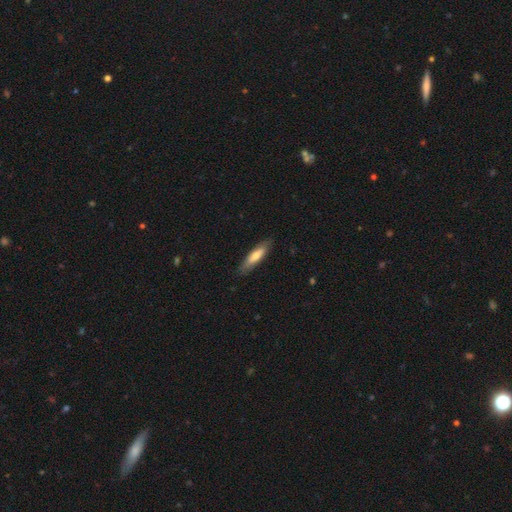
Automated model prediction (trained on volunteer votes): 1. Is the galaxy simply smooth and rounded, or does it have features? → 68% smooth, 27% featured or disk, 5% star or artifact.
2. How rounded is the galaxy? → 71% cigar-shaped, 27% in between, 1% round.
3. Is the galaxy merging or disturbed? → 85% none, 12% minor disturbance, 2% major disturbance, 1% merger.